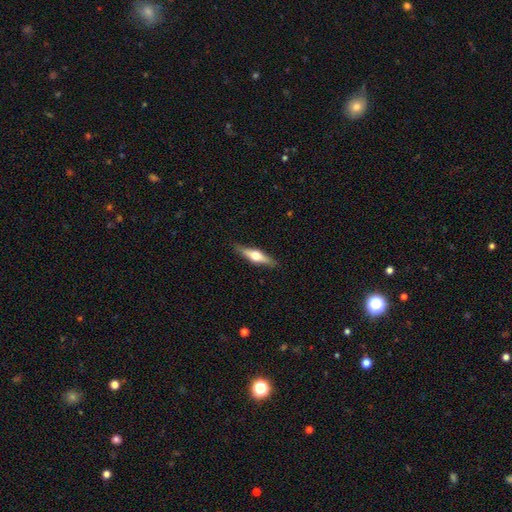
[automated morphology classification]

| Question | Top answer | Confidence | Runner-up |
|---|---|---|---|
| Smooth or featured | featured or disk | 63% | smooth (32%) |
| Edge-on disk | yes | 96% | no (4%) |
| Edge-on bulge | rounded | 94% | boxy (4%) |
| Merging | none | 88% | minor disturbance (9%) |